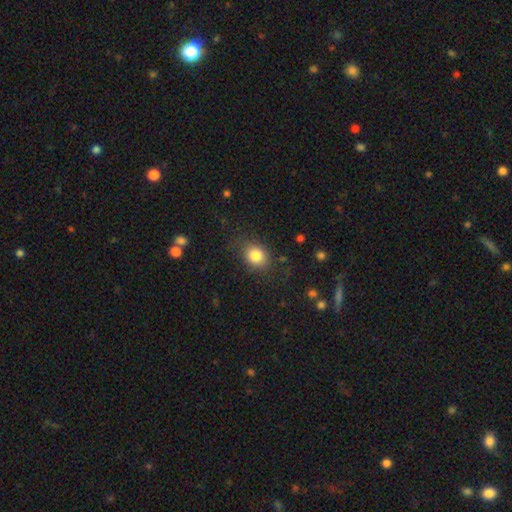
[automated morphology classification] This appears to be a smooth galaxy with no disk features (83%) that is round (56%). Merging: none (79%).